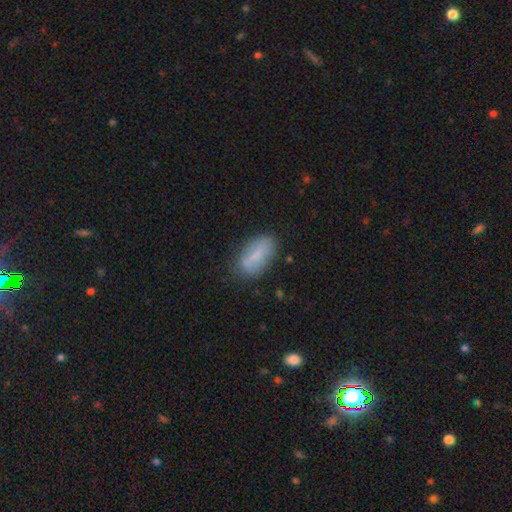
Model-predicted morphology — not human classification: Smooth or featured? smooth (65%)
How rounded? in between (87%)
Merging? none (74%)